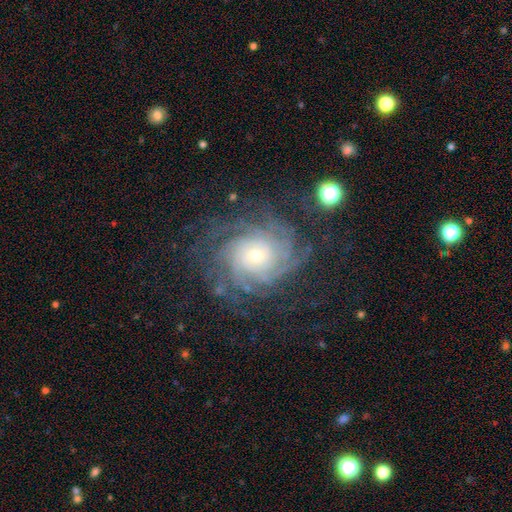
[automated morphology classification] Smooth or featured: featured or disk — 87% (star or artifact — 7%)
Edge-on disk: no — 98% (yes — 2%)
Bar: no — 76% (weak — 19%)
Spiral arms: yes — 98% (no — 2%)
Spiral winding: tight — 74% (medium — 21%)
Spiral arm count: more than 4 — 29% (can't tell — 24%)
Bulge size: small — 66% (moderate — 28%)
Merging: none — 76% (minor disturbance — 14%)